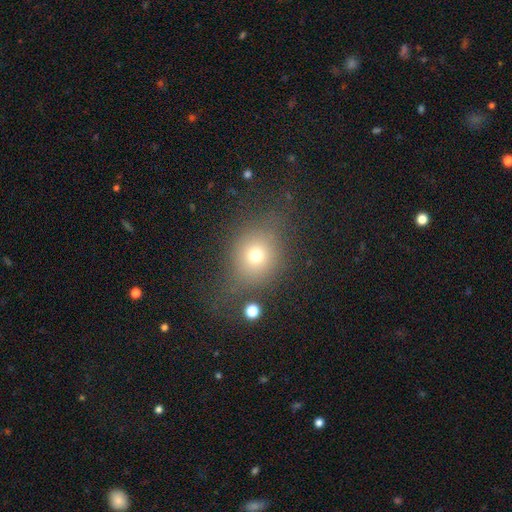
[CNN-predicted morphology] type=smooth (69%); roundness=round (69%); merging=none (63%).